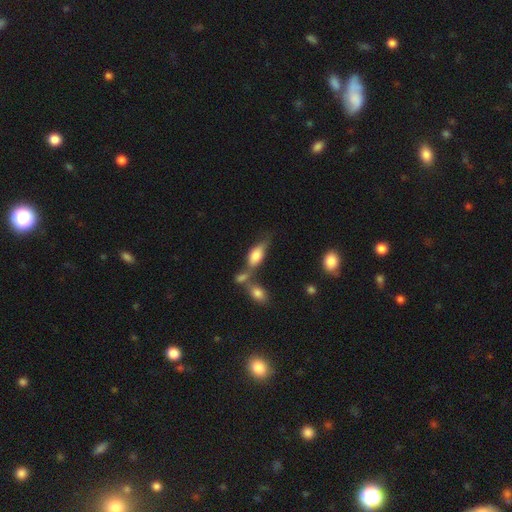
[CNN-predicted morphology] A smooth galaxy with no disk features (69%) that is in between round and cigar-shaped (80%).

Vote fractions:
- Smooth or featured? smooth: 69% / featured or disk: 23% / star or artifact: 8%
- How rounded? in between: 80% / cigar-shaped: 16% / round: 4%
- Merging? none: 38% / merger: 36% / minor disturbance: 17% / major disturbance: 9%